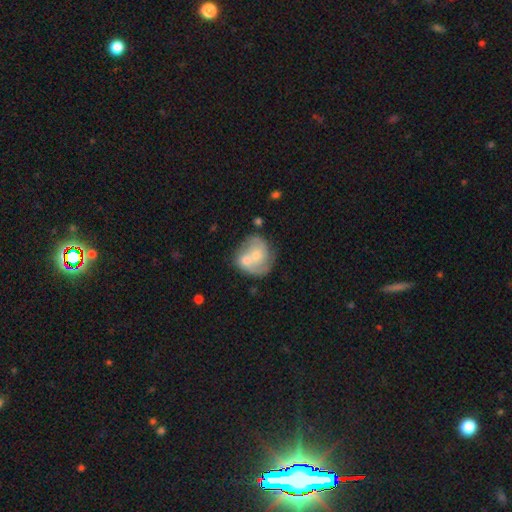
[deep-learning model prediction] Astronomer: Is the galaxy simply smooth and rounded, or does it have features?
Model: featured or disk — 62%.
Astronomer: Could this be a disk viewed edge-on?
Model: no — 98%.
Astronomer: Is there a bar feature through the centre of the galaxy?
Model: no — 74%.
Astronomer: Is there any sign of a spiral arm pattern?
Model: yes — 76%.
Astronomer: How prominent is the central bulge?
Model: moderate — 47% (runner-up: small, 43%).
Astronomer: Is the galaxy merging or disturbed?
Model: merger — 50% (runner-up: none, 31%).